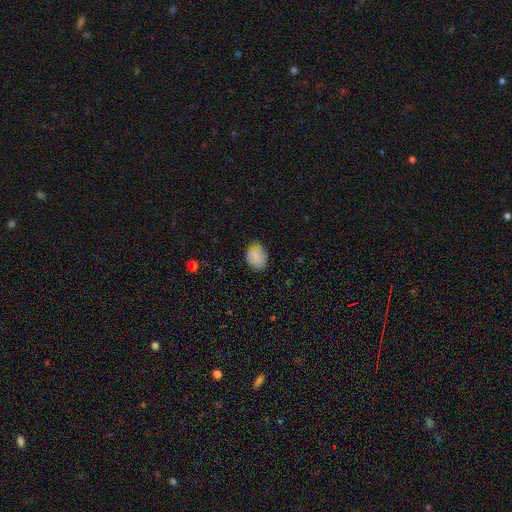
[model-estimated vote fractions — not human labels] smooth-or-featured: smooth: 77% | featured or disk: 12% | star or artifact: 11%
  how-rounded: in between: 55% | round: 44% | cigar-shaped: 1%
  merging: none: 67% | minor disturbance: 25% | major disturbance: 6% | merger: 2%